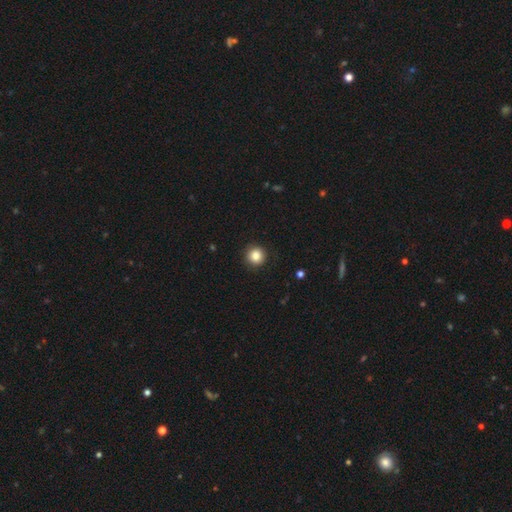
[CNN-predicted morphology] A smooth galaxy with no disk features (85%) that is round (94%). Merging: none (91%).